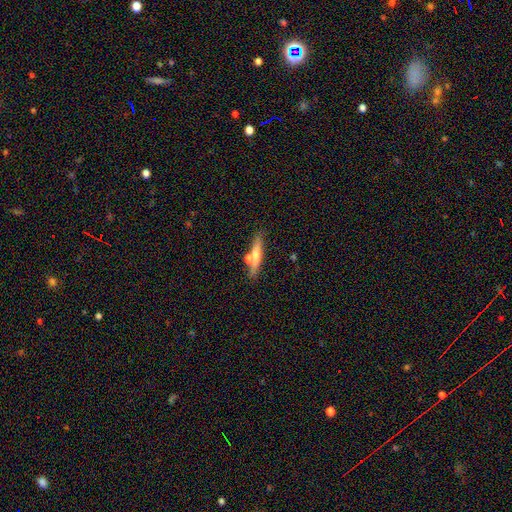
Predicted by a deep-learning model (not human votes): smooth-or-featured: smooth: 53% | featured or disk: 40% | star or artifact: 7%
  how-rounded: cigar-shaped: 84% | in between: 13% | round: 3%
  merging: none: 69% | merger: 15% | minor disturbance: 12% | major disturbance: 4%